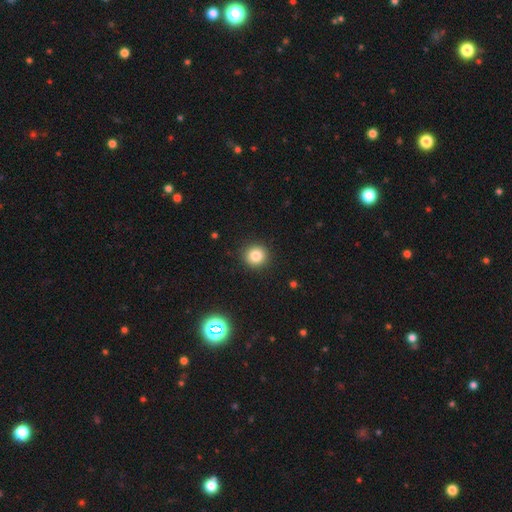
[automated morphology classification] smooth_or_featured: smooth (p=0.82) [alt: star or artifact p=0.12]
how_rounded: round (p=0.93) [alt: in between p=0.06]
merging: none (p=0.91) [alt: minor disturbance p=0.06]